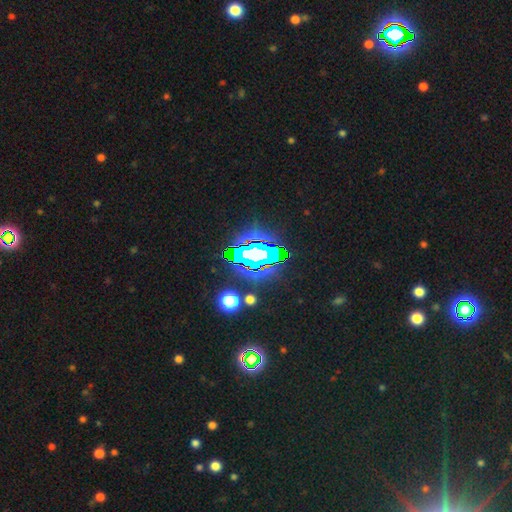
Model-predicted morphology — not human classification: A star or artifact, not a galaxy (67%).

Vote fractions:
- Smooth or featured? star or artifact: 67% / smooth: 17% / featured or disk: 16%